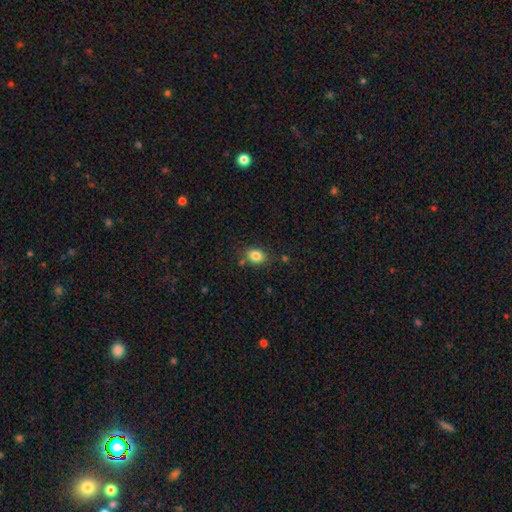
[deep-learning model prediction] A smooth galaxy with no disk features (84%) that is in between round and cigar-shaped (62%).

Vote fractions:
- Smooth or featured? smooth: 84% / star or artifact: 10% / featured or disk: 6%
- How rounded? in between: 62% / round: 37% / cigar-shaped: 1%
- Merging? none: 79% / minor disturbance: 13% / merger: 4% / major disturbance: 3%